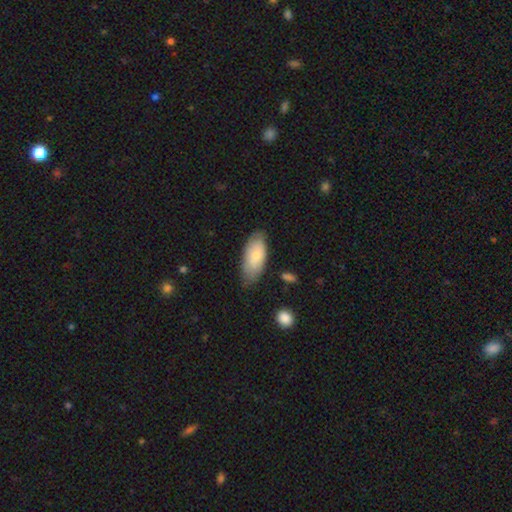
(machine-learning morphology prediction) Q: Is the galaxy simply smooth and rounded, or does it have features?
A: smooth — 74%.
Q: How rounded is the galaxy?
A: in between — 90%.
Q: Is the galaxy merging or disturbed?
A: none — 68%.